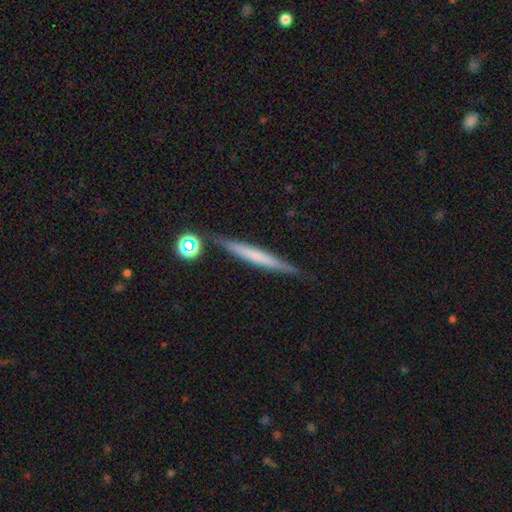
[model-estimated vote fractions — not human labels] Morphology: type=smooth (47%); merging=none (85%).